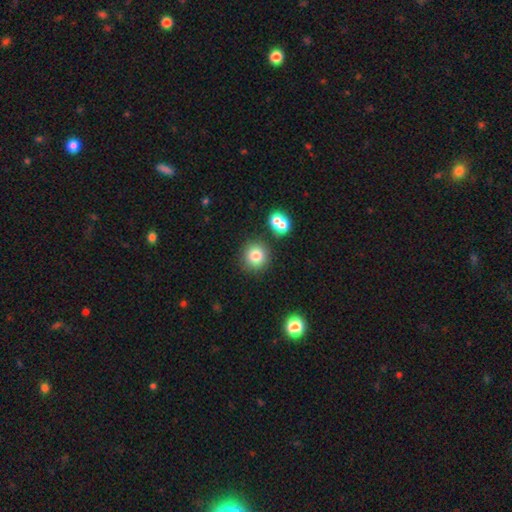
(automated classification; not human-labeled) This appears to be a smooth galaxy with no disk features (80%) that is round (91%). Merging: none (80%).